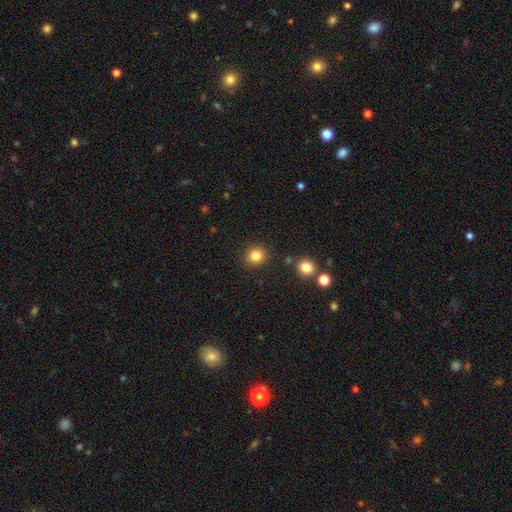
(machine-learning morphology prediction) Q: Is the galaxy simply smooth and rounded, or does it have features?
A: smooth — 83%.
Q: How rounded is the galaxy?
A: round — 85%.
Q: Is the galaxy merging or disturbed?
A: none — 88%.